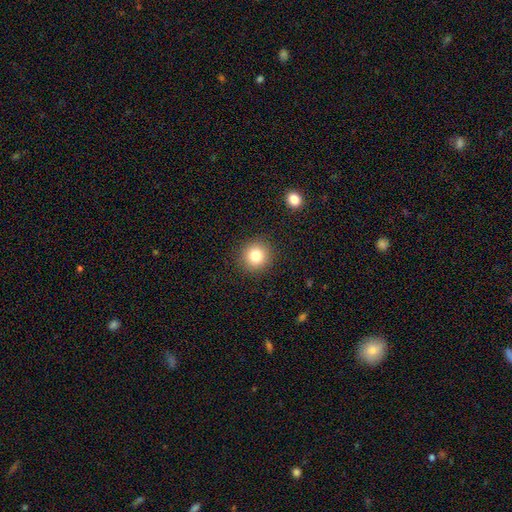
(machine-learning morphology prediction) A smooth galaxy with no disk features (81%) that is round (93%).

Vote fractions:
- Smooth or featured? smooth: 81% / star or artifact: 12% / featured or disk: 8%
- How rounded? round: 93% / in between: 6% / cigar-shaped: 1%
- Merging? none: 91% / minor disturbance: 6% / major disturbance: 2% / merger: 1%